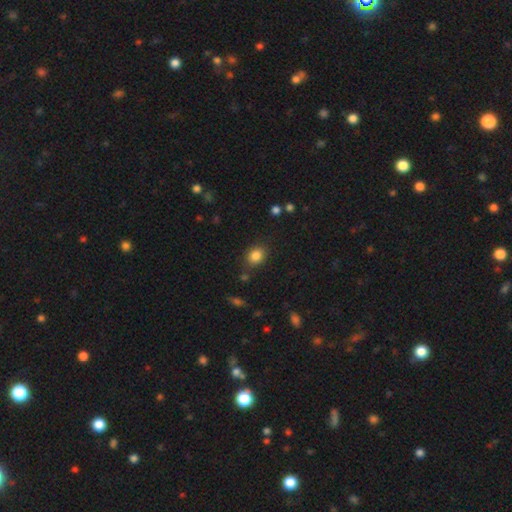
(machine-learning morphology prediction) type=smooth (84%); roundness=round (50%); merging=none (81%).